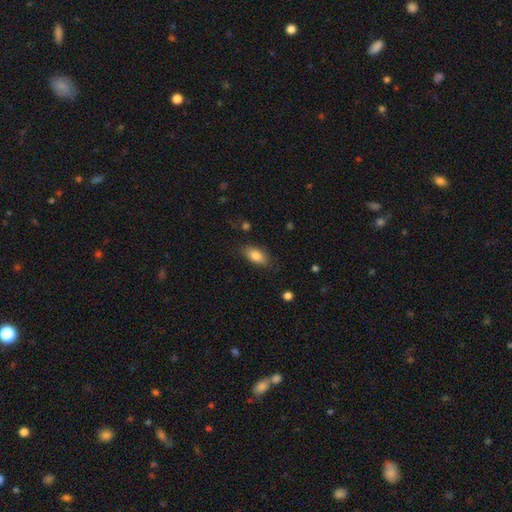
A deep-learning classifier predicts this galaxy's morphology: type=smooth (82%); roundness=in between (88%); merging=none (80%).